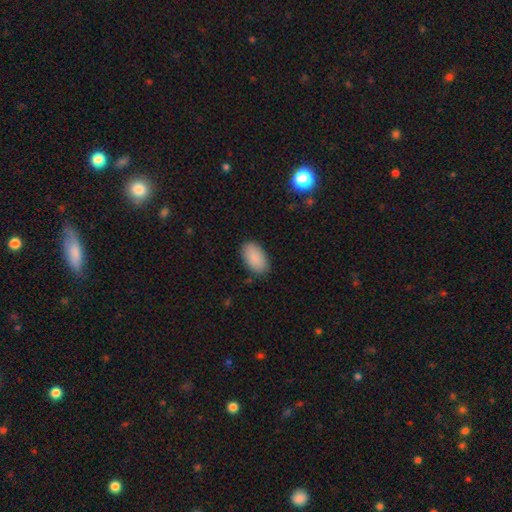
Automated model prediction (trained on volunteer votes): Morphology: type=smooth (88%); roundness=in between (95%); merging=none (87%).